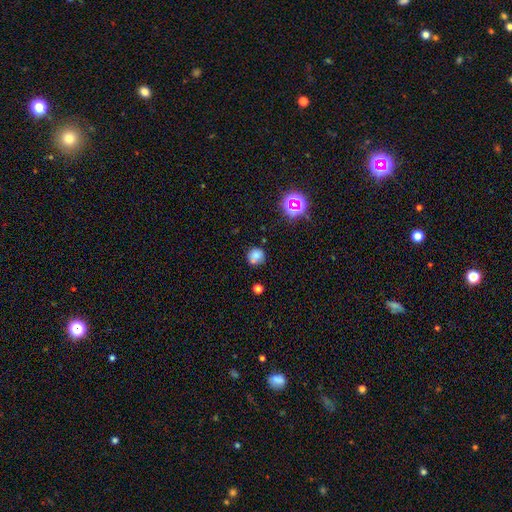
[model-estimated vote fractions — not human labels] Morphology: type=smooth (74%); roundness=round (89%); merging=none (65%).